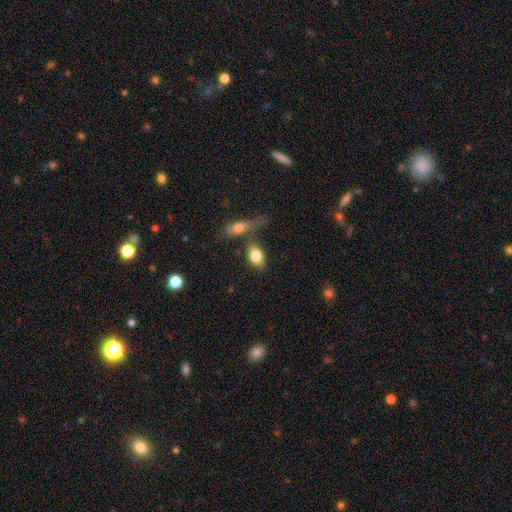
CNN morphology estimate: Smooth or featured?
  - smooth: 81% *
  - featured or disk: 12%
  - star or artifact: 7%
How rounded?
  - in between: 85% *
  - round: 12%
  - cigar-shaped: 3%
Merging?
  - none: 53% *
  - merger: 25%
  - minor disturbance: 15%
  - major disturbance: 7%